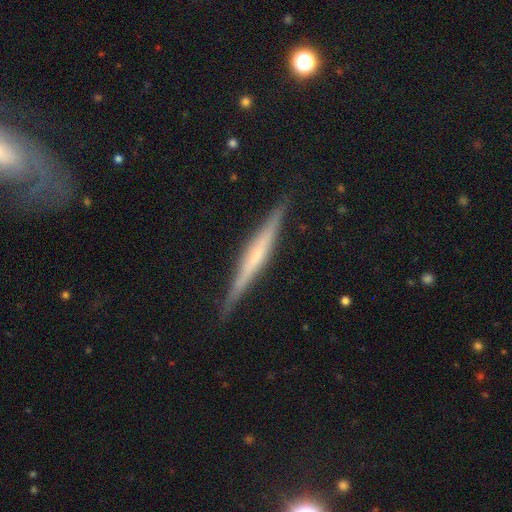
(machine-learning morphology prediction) A featured or disk galaxy (70%) viewed edge-on (98%) with no central bulge (52%). Merging: none (90%).